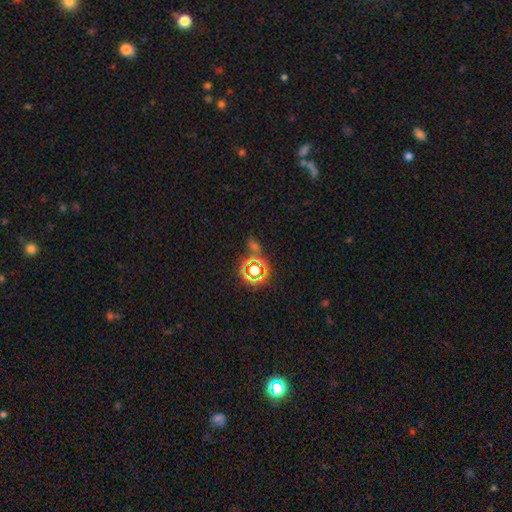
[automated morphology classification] star or artifact 63%, smooth 28%, featured or disk 9%.